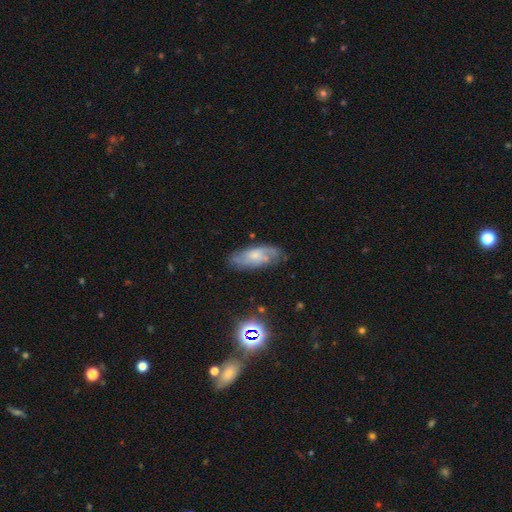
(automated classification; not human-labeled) smooth_or_featured: featured or disk (p=0.64) [alt: smooth p=0.27]
disk_edge_on: no (p=0.89) [alt: yes p=0.11]
bar: no (p=0.64) [alt: weak p=0.31]
has_spiral_arms: yes (p=0.91) [alt: no p=0.09]
spiral_winding: medium (p=0.45) [alt: tight p=0.33]
spiral_arm_count: 2 (p=0.50) [alt: can't tell p=0.29]
bulge_size: small (p=0.51) [alt: moderate p=0.31]
merging: none (p=0.75) [alt: minor disturbance p=0.18]